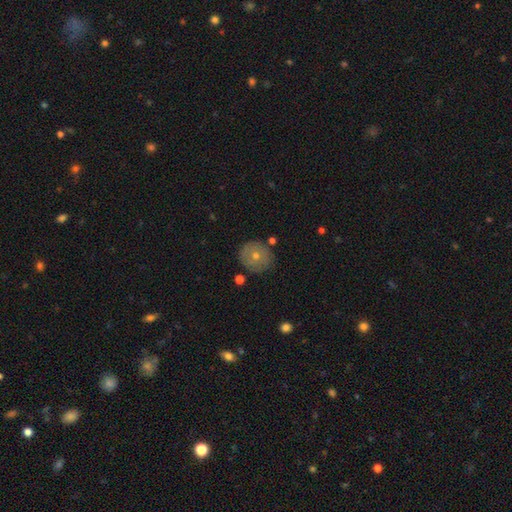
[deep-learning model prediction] smooth-or-featured: smooth: 50% | featured or disk: 38% | star or artifact: 12%
  how-rounded: round: 90% | in between: 9% | cigar-shaped: 1%
  merging: none: 85% | minor disturbance: 10% | merger: 3% | major disturbance: 2%